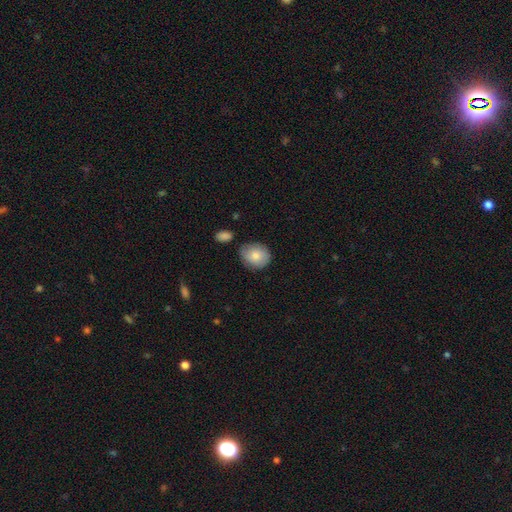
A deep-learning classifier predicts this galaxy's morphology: The model was most divided on "how rounded": round: 71%, in between: 28%, cigar-shaped: 1%. More confident: smooth or featured — smooth (81%); merging — none (72%).